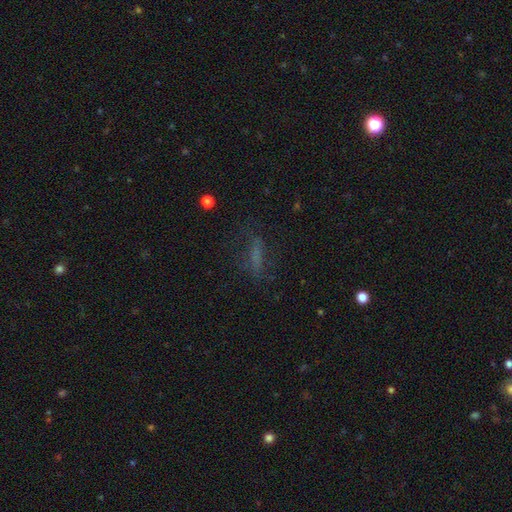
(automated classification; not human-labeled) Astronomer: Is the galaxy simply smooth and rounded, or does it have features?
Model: smooth — 50% (runner-up: featured or disk, 28%).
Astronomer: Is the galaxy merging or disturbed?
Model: none — 66%.